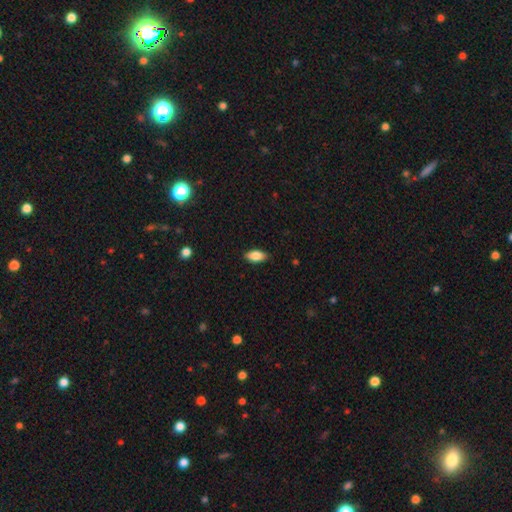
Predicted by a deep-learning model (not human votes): smooth-or-featured: smooth: 86% | featured or disk: 7% | star or artifact: 7%
  how-rounded: in between: 90% | cigar-shaped: 7% | round: 3%
  merging: none: 87% | minor disturbance: 10% | major disturbance: 2% | merger: 1%